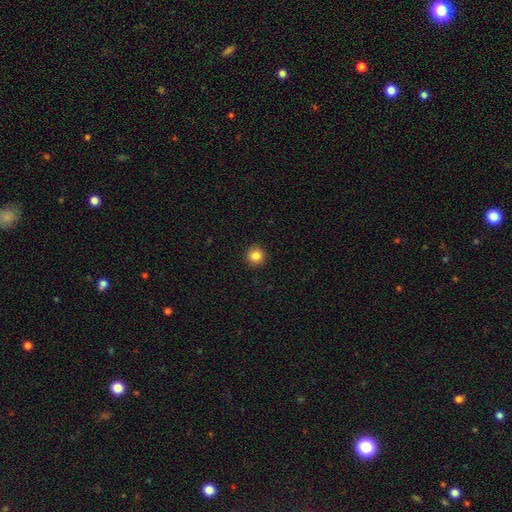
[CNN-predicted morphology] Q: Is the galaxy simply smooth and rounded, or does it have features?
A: smooth — 85%.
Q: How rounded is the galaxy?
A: round — 95%.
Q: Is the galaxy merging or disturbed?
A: none — 93%.